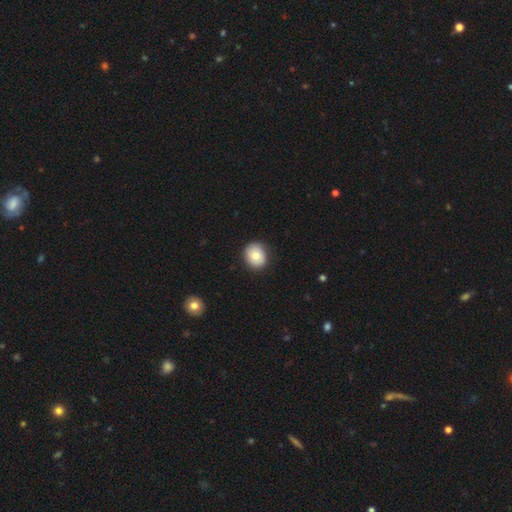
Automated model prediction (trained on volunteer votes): This appears to be a smooth galaxy with no disk features (80%) that is round (68%). Merging: none (85%).